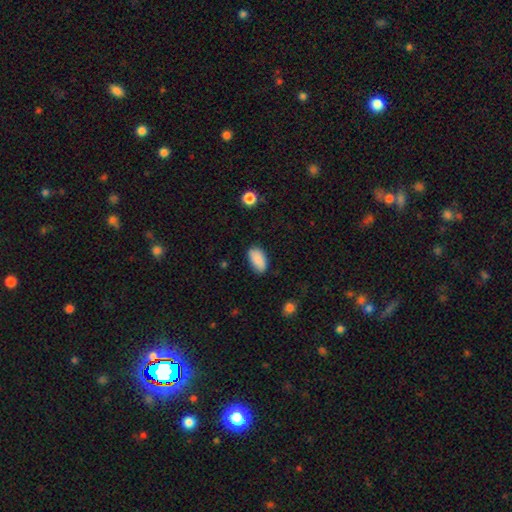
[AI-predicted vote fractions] Smooth or featured? smooth (88%)
How rounded? in between (93%)
Merging? none (78%)